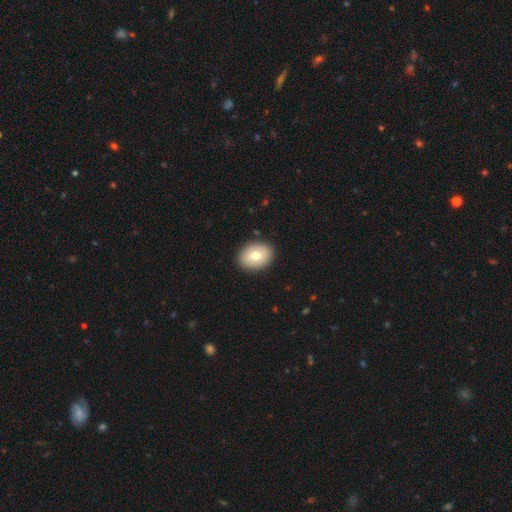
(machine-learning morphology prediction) Smooth or featured?
  - smooth: 76% *
  - featured or disk: 17%
  - star or artifact: 7%
How rounded?
  - in between: 69% *
  - round: 30%
  - cigar-shaped: 1%
Merging?
  - none: 90% *
  - minor disturbance: 7%
  - major disturbance: 2%
  - merger: 1%